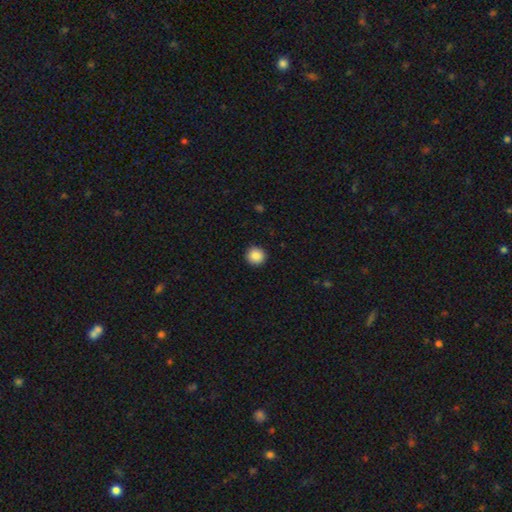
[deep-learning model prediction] This appears to be a smooth galaxy with no disk features (88%) that is round (93%). Merging: none (92%).